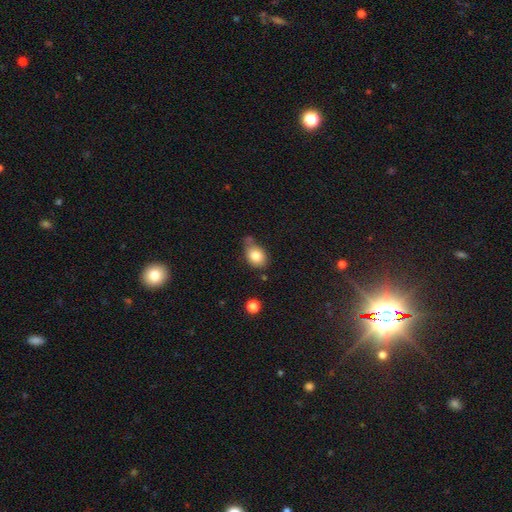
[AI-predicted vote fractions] The model was most divided on "merging": none: 50%, minor disturbance: 30%, merger: 12%, major disturbance: 8%. More confident: smooth or featured — smooth (80%); how rounded — in between (67%).